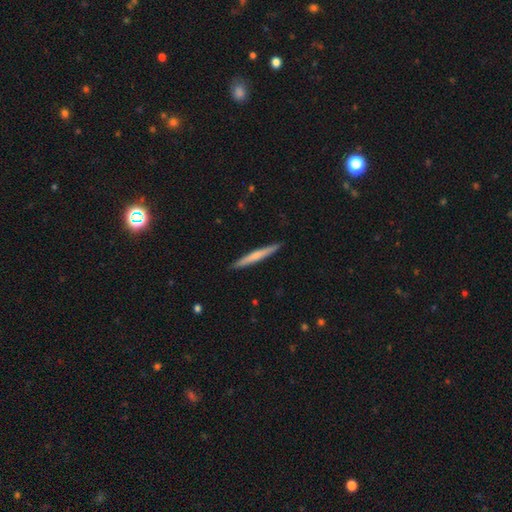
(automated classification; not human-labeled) A smooth galaxy with no disk features (55%) that is cigar-shaped (96%).

Vote fractions:
- Smooth or featured? smooth: 55% / featured or disk: 40% / star or artifact: 5%
- How rounded? cigar-shaped: 96% / in between: 2% / round: 1%
- Merging? none: 91% / minor disturbance: 6% / major disturbance: 1% / merger: 1%